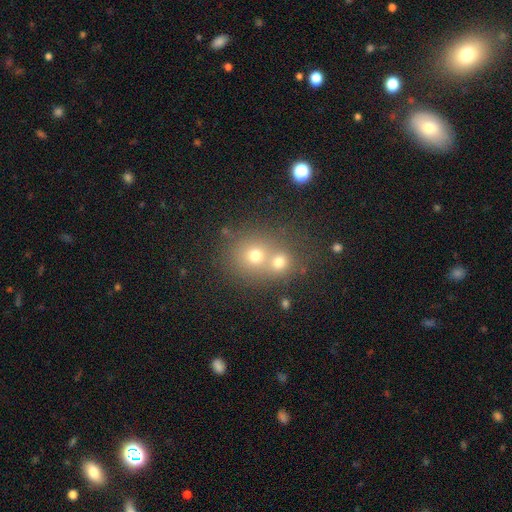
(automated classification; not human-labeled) Overall: smooth (65%). How rounded: round (80%). Merging: merger (55%; none 37%).